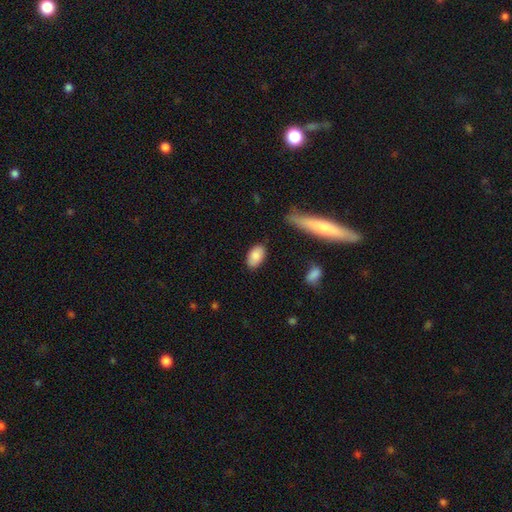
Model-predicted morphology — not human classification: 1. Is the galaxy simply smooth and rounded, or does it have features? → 87% smooth, 7% featured or disk, 7% star or artifact.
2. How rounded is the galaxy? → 93% in between, 4% round, 2% cigar-shaped.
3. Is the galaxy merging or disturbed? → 84% none, 11% minor disturbance, 3% major disturbance, 2% merger.